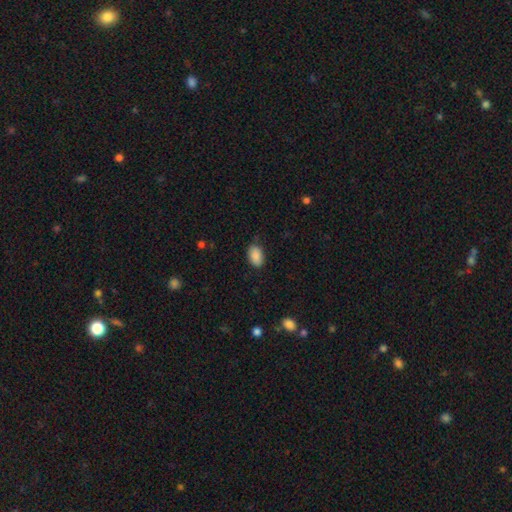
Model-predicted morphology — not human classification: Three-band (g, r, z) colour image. It shows a smooth galaxy with no disk features (89%) that is in between round and cigar-shaped (90%). Merging: none (81%).